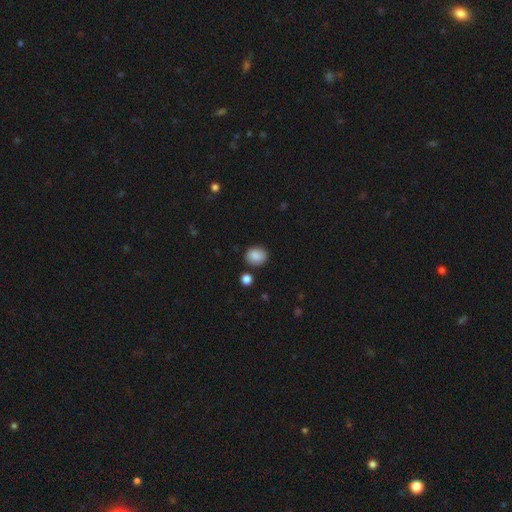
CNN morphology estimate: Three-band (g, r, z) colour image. It shows a smooth galaxy with no disk features (87%) that is round (54%). Merging: none (84%).